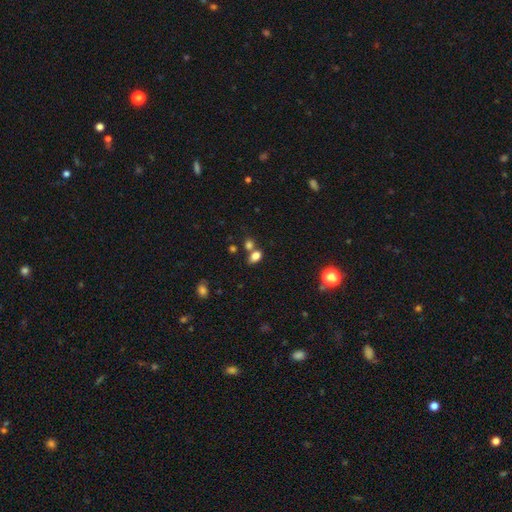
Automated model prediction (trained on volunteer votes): Smooth or featured?
  - smooth: 80% *
  - star or artifact: 13%
  - featured or disk: 8%
How rounded?
  - in between: 80% *
  - round: 17%
  - cigar-shaped: 2%
Merging?
  - none: 53% *
  - merger: 31%
  - minor disturbance: 12%
  - major disturbance: 4%